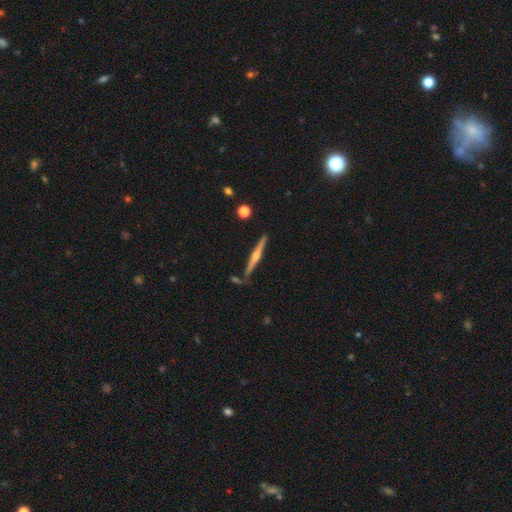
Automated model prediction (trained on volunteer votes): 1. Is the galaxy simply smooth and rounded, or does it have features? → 75% featured or disk, 19% smooth, 6% star or artifact.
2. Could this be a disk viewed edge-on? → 98% yes, 2% no.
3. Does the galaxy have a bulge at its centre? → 87% rounded, 8% none, 5% boxy.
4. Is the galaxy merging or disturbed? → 83% none, 9% minor disturbance, 5% merger, 2% major disturbance.